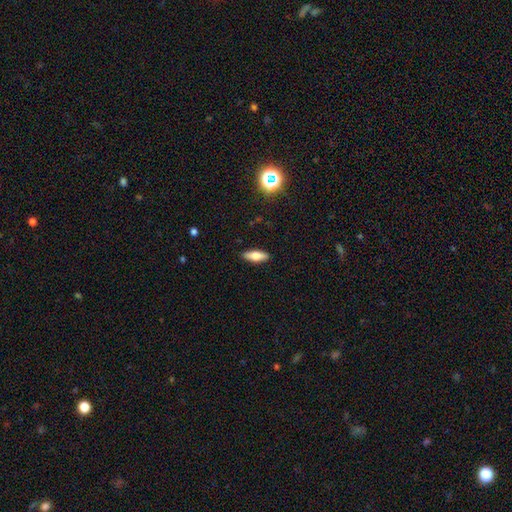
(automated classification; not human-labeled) Overall: smooth (64%; featured or disk 28%). How rounded: in between (62%; cigar-shaped 35%). Merging: none (89%).